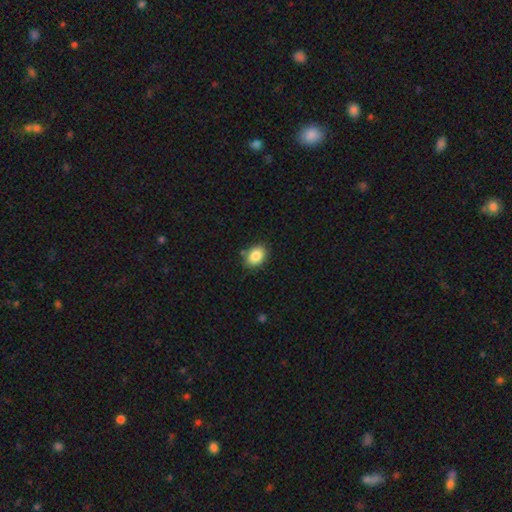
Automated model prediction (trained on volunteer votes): smooth-or-featured: smooth: 85% | star or artifact: 8% | featured or disk: 7%
  how-rounded: in between: 71% | round: 28% | cigar-shaped: 1%
  merging: none: 81% | minor disturbance: 13% | merger: 3% | major disturbance: 3%